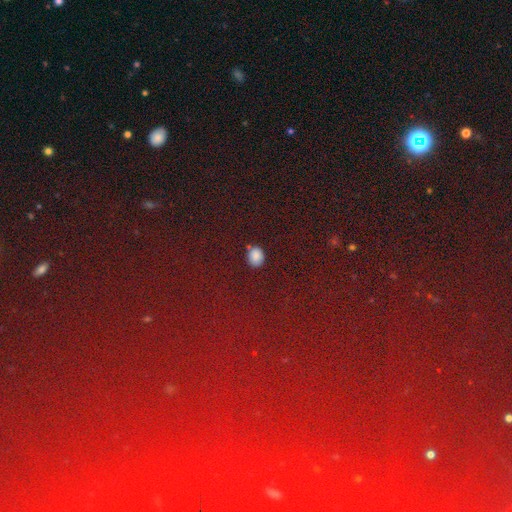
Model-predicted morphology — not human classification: smooth-or-featured: smooth: 80% | star or artifact: 14% | featured or disk: 5%
  how-rounded: in between: 50% | round: 49% | cigar-shaped: 2%
  merging: none: 84% | minor disturbance: 11% | major disturbance: 3% | merger: 2%